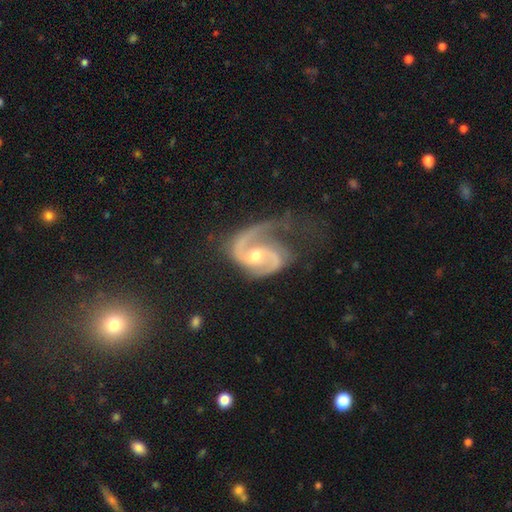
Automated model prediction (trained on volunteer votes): Smooth or featured? Predicted: featured or disk (p=0.92). Edge-on disk? Predicted: no (p=0.98). Bar? Predicted: no (p=0.47). Spiral arms? Predicted: yes (p=0.98). Spiral winding? Predicted: medium (p=0.55). Spiral arm count? Predicted: 2 (p=0.85). Bulge size? Predicted: moderate (p=0.62). Merging? Predicted: none (p=0.44).